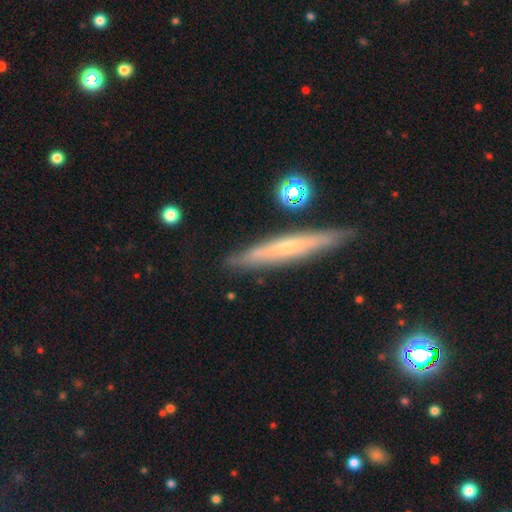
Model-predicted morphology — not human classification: smooth-or-featured: featured or disk: 52% | smooth: 40% | star or artifact: 8%
  disk-edge-on: yes: 87% | no: 13%
  merging: none: 84% | minor disturbance: 11% | major disturbance: 2% | merger: 2%